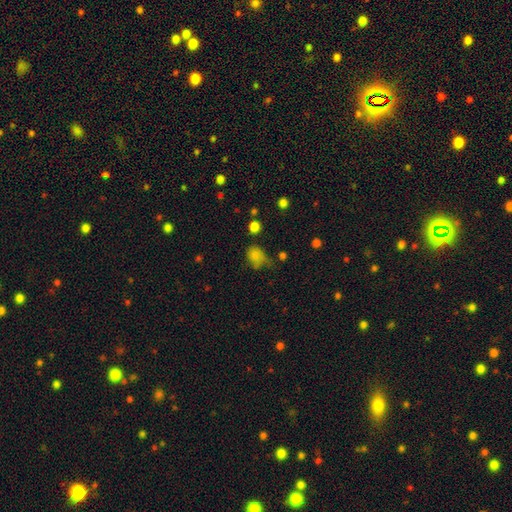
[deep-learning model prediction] smooth 77%, star or artifact 15%, featured or disk 8%. Down the decision tree: how rounded — in between (50%); merging — none (42%).